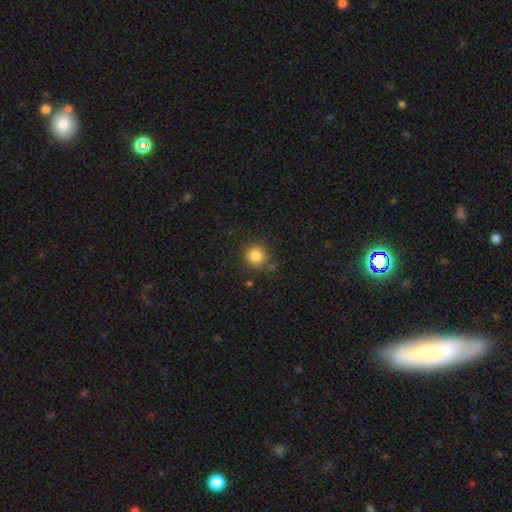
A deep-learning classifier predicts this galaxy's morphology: Smooth or featured?
  - smooth: 83% *
  - star or artifact: 12%
  - featured or disk: 5%
How rounded?
  - round: 93% *
  - in between: 6%
  - cigar-shaped: 1%
Merging?
  - none: 84% *
  - minor disturbance: 9%
  - merger: 5%
  - major disturbance: 3%